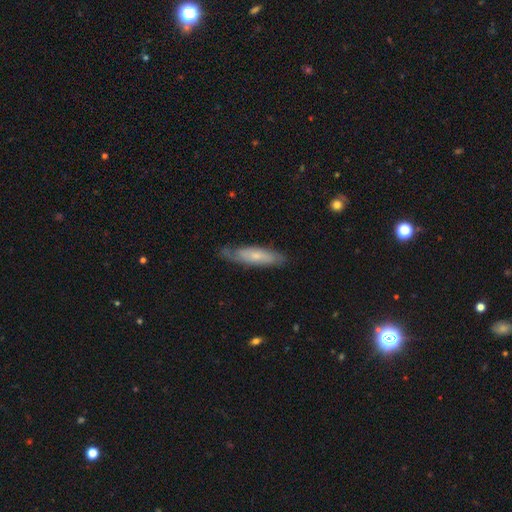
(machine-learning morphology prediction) The model was most divided on "smooth or featured": smooth: 49%, featured or disk: 45%, star or artifact: 6%. More confident: merging — none (71%).